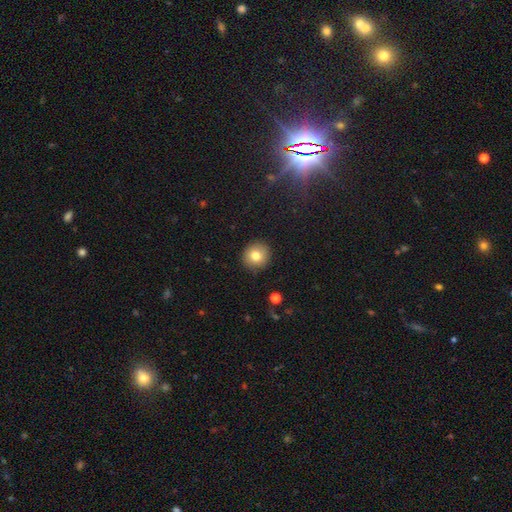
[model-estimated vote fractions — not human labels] Smooth or featured: smooth — 79% (featured or disk — 10%)
How rounded: round — 92% (in between — 7%)
Merging: none — 90% (minor disturbance — 7%)